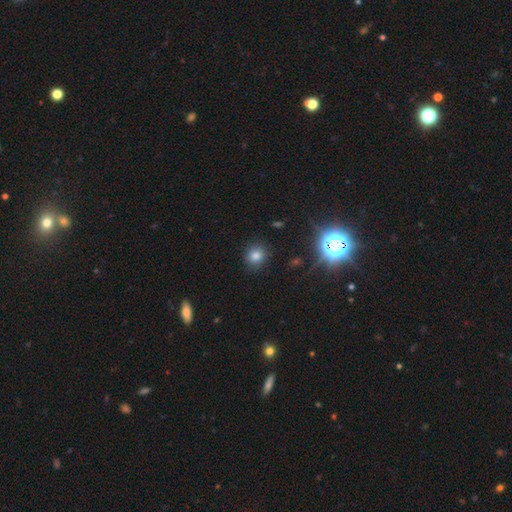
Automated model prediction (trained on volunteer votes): Smooth or featured? Predicted: smooth (p=0.77). How rounded? Predicted: round (p=0.81). Merging? Predicted: none (p=0.85).